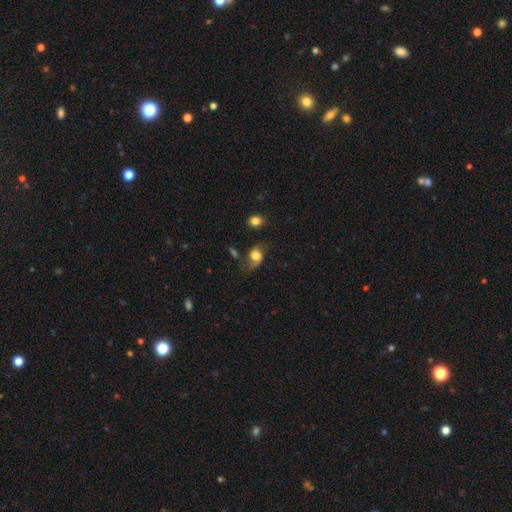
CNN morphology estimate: smooth 59%, featured or disk 30%, star or artifact 11%. Down the decision tree: how rounded — in between (53%); merging — none (41%).